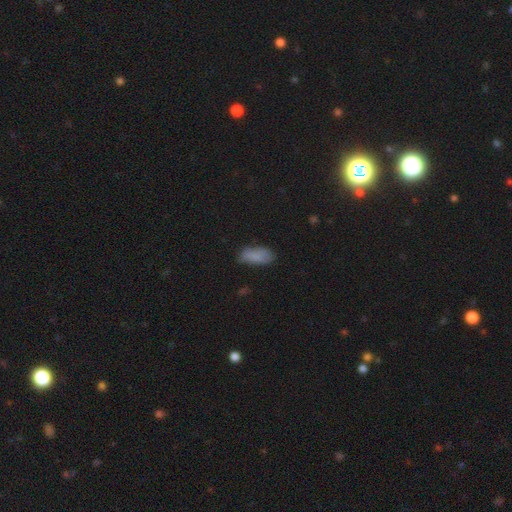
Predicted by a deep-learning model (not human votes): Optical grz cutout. It shows a smooth galaxy with no disk features (81%) that is in between round and cigar-shaped (86%). Merging: none (63%).